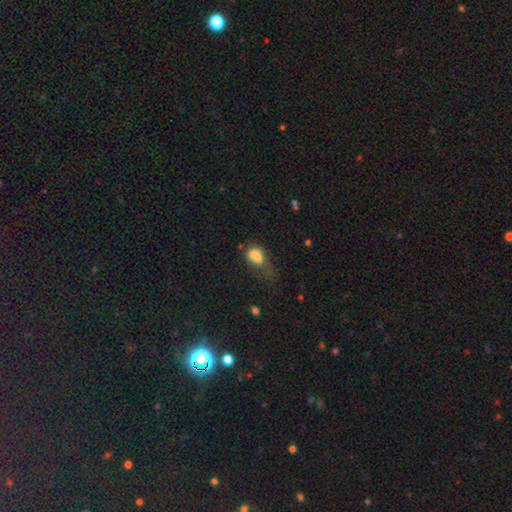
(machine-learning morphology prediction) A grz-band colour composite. It shows a smooth galaxy with no disk features (78%) that is in between round and cigar-shaped (77%). Merging: major disturbance (37%).